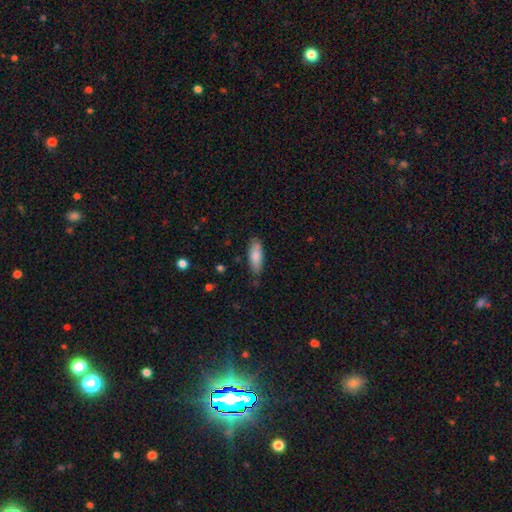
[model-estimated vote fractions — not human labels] A smooth galaxy with no disk features (83%) that is in between round and cigar-shaped (65%).

Vote fractions:
- Smooth or featured? smooth: 83% / featured or disk: 11% / star or artifact: 6%
- How rounded? in between: 65% / cigar-shaped: 34% / round: 2%
- Merging? none: 77% / minor disturbance: 18% / major disturbance: 3% / merger: 2%